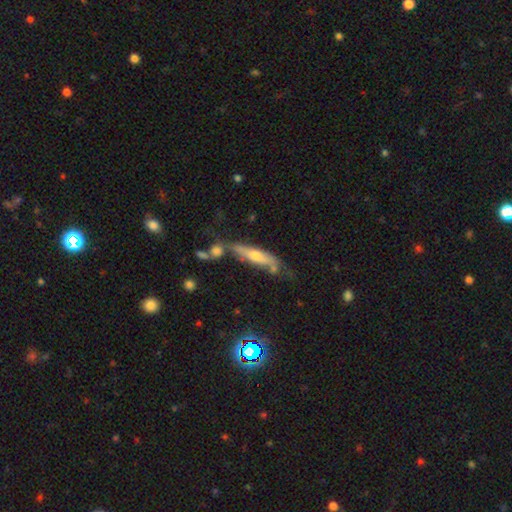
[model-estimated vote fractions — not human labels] Smooth or featured? featured or disk (52%)
Edge-on disk? yes (77%)
Merging? none (55%)